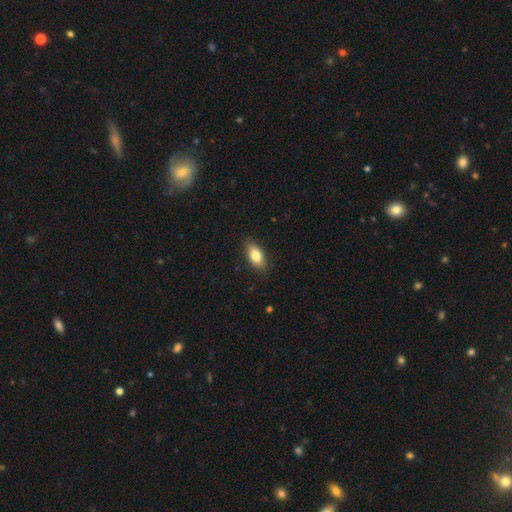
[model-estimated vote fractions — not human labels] This is clearly a smooth galaxy (81%). How rounded: clearly in between (88%). Merging: clearly none (86%).